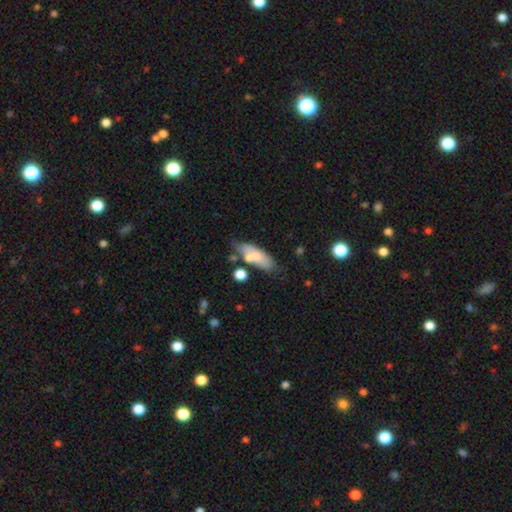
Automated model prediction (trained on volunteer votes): Smooth or featured?
  - smooth: 71% *
  - featured or disk: 21%
  - star or artifact: 7%
How rounded?
  - in between: 67% *
  - cigar-shaped: 30%
  - round: 3%
Merging?
  - none: 57% *
  - minor disturbance: 23%
  - merger: 13%
  - major disturbance: 7%